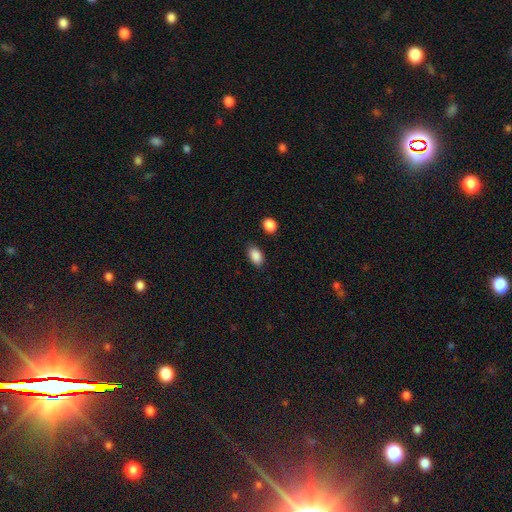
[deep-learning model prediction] Smooth or featured? smooth (89%)
How rounded? in between (89%)
Merging? none (83%)